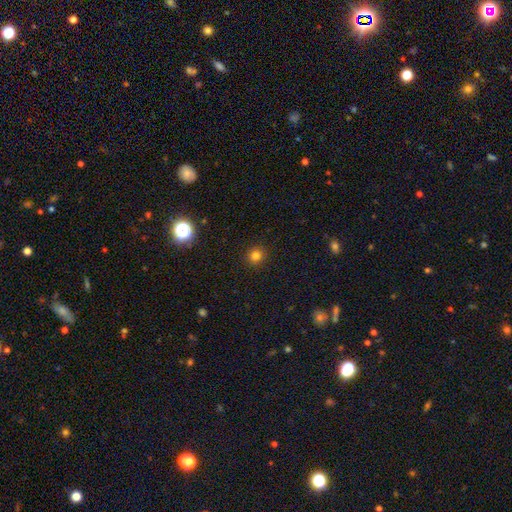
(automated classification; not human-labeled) Overall: smooth (79%). How rounded: round (91%). Merging: none (91%).